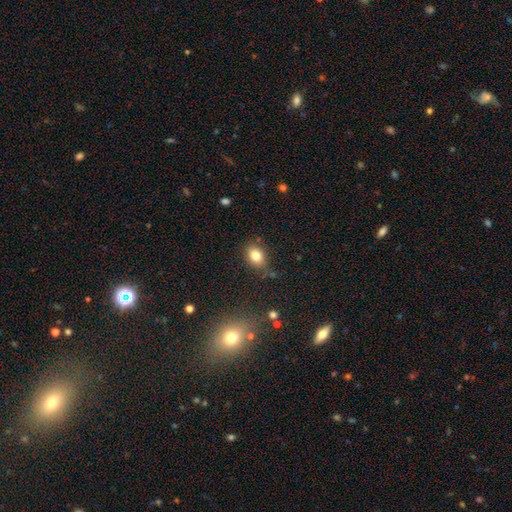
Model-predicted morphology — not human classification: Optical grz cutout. It shows a smooth galaxy with no disk features (81%) that is in between round and cigar-shaped (60%). Merging: none (77%).